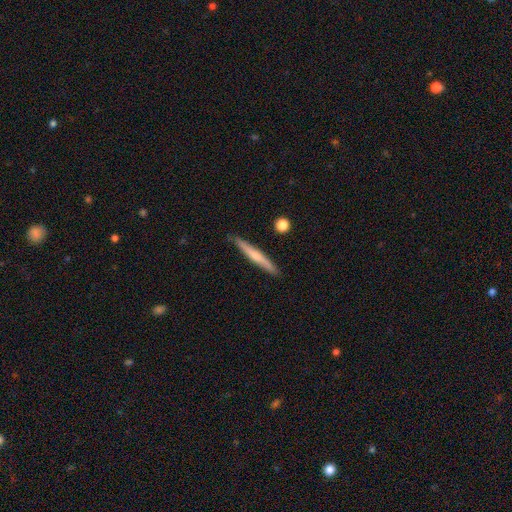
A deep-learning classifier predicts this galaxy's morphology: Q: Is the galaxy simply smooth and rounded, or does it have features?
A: smooth — 48%.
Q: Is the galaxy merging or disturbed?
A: none — 89%.